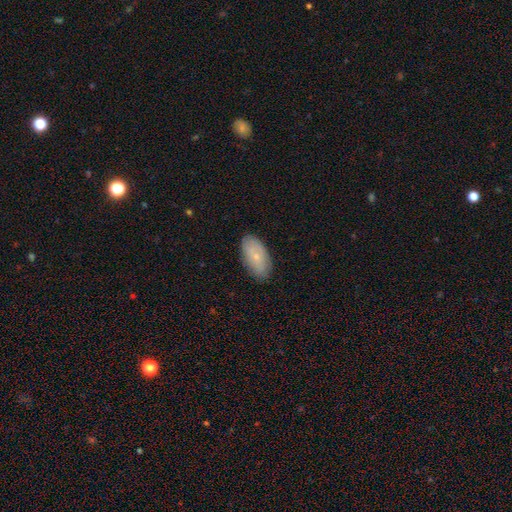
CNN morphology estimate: A smooth galaxy with no disk features (70%) that is in between round and cigar-shaped (93%). Merging: none (85%).